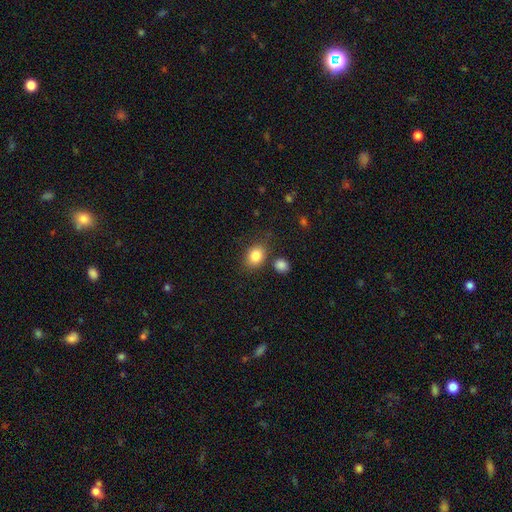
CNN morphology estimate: This is clearly a smooth galaxy (84%). How rounded: possibly in between (54%). Merging: likely none (74%).